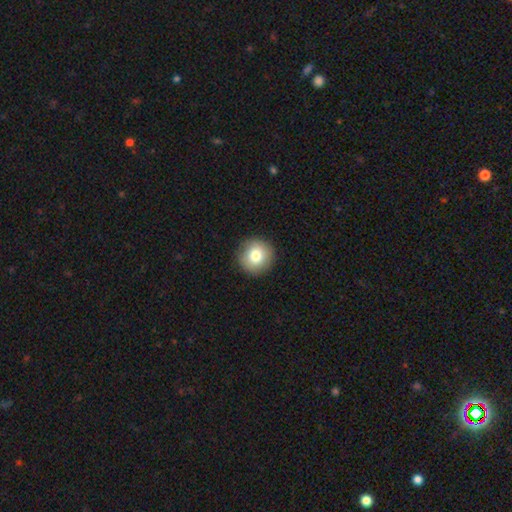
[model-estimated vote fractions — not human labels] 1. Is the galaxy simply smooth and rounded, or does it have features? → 80% smooth, 11% featured or disk, 9% star or artifact.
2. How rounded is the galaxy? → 95% round, 4% in between, 1% cigar-shaped.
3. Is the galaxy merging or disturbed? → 91% none, 6% minor disturbance, 2% major disturbance, 1% merger.